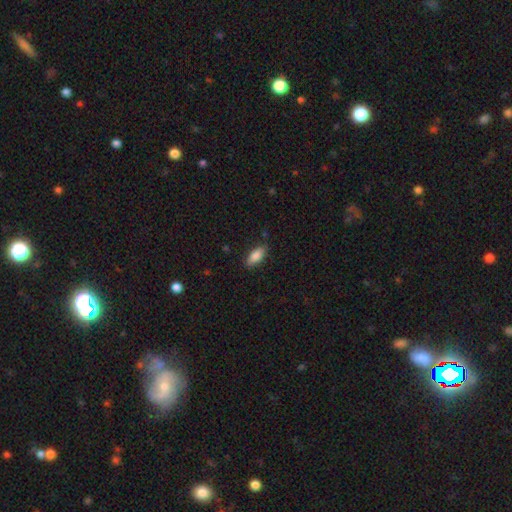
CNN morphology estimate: smooth_or_featured: smooth (p=0.84) [alt: featured or disk p=0.09]
how_rounded: in between (p=0.82) [alt: cigar-shaped p=0.15]
merging: none (p=0.85) [alt: minor disturbance p=0.12]